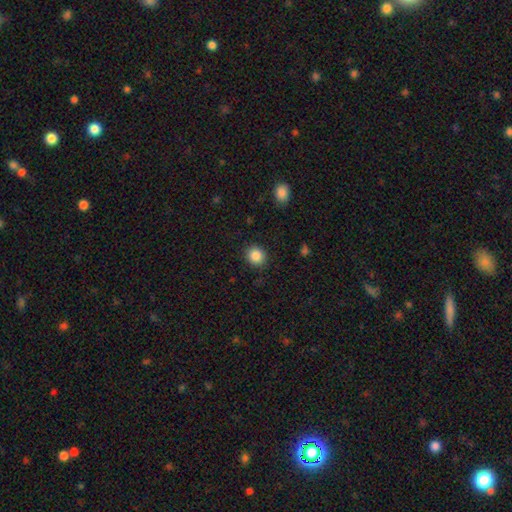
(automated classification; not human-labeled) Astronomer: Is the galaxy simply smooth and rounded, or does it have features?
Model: smooth — 87%.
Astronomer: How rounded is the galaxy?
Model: round — 82%.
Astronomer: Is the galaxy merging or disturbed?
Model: none — 89%.